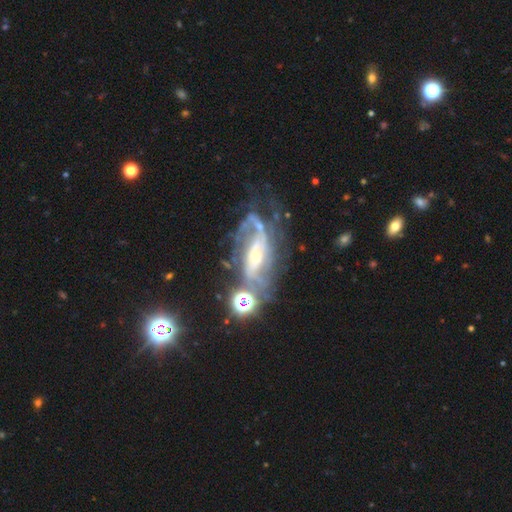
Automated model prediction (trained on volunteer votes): A featured or disk galaxy (82%) with no bar (39%), 2 (48%) medium (41%) spiral arms (90%) and a small central bulge (56%). Merging: none (44%).